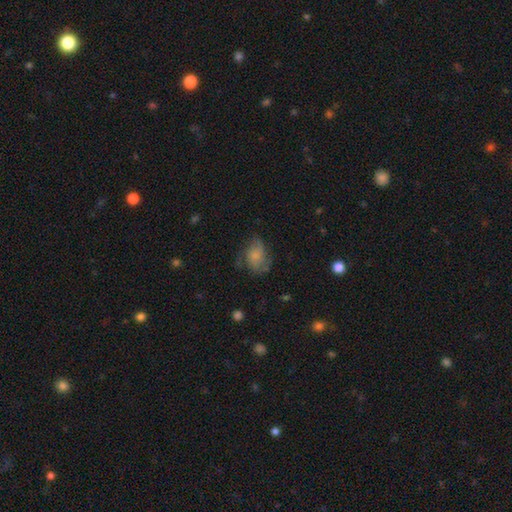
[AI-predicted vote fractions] A smooth galaxy with no disk features (59%) that is in between round and cigar-shaped (68%). Merging: none (47%).